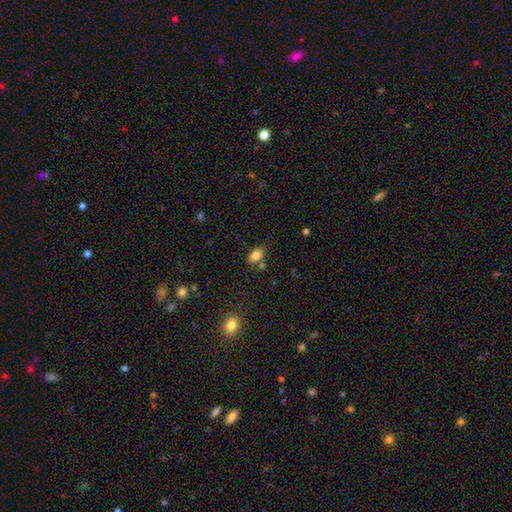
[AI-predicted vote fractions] smooth_or_featured: smooth (p=0.84) [alt: star or artifact p=0.10]
how_rounded: in between (p=0.84) [alt: round p=0.14]
merging: none (p=0.70) [alt: minor disturbance p=0.15]